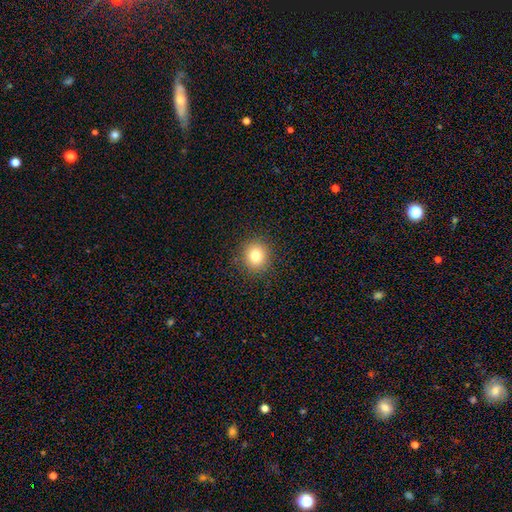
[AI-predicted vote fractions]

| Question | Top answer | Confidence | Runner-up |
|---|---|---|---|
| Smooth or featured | smooth | 80% | star or artifact (12%) |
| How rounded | round | 89% | in between (10%) |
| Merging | none | 90% | minor disturbance (6%) |